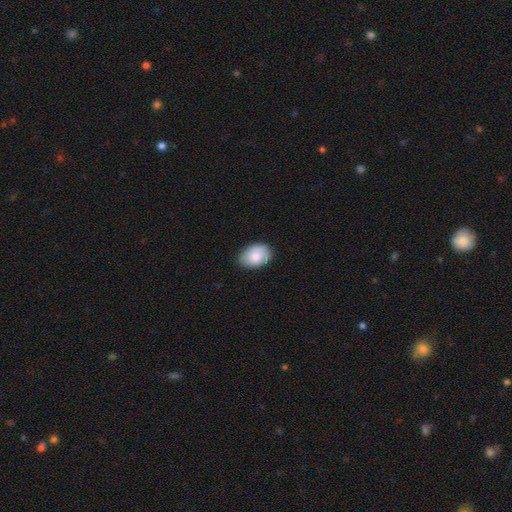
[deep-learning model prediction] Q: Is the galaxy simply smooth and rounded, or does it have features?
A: smooth — 83%.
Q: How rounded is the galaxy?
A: in between — 81%.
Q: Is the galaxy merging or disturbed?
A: none — 81%.